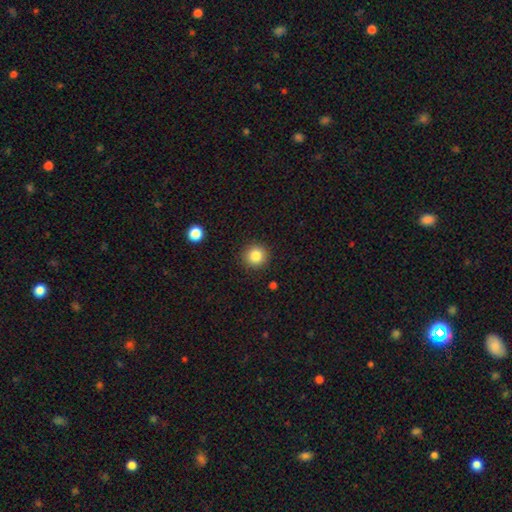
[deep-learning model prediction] smooth 84%, star or artifact 11%, featured or disk 5%. Down the decision tree: how rounded — round (93%); merging — none (90%).